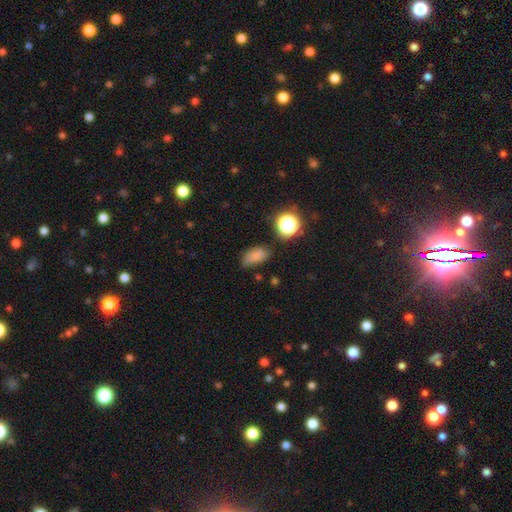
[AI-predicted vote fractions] This is likely a smooth galaxy (77%). How rounded: clearly in between (85%). Merging: likely none (65%).